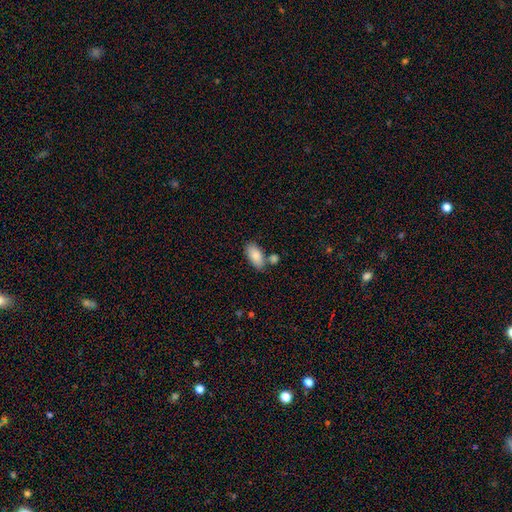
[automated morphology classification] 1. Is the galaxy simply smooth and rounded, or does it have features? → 86% smooth, 8% featured or disk, 6% star or artifact.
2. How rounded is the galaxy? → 92% in between, 5% cigar-shaped, 3% round.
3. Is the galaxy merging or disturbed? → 65% none, 18% merger, 14% minor disturbance, 4% major disturbance.